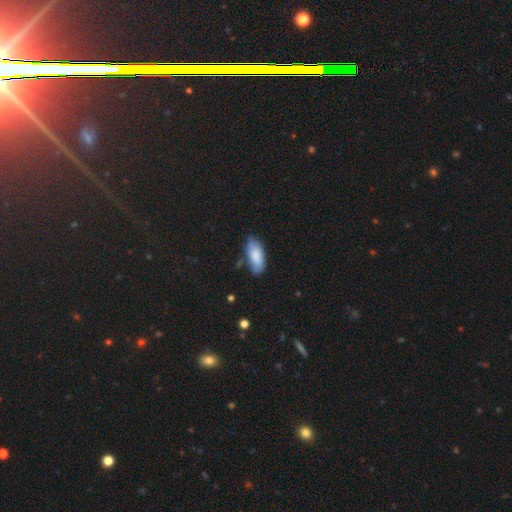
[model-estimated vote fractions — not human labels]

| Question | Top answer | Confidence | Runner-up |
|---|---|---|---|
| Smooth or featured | smooth | 81% | featured or disk (13%) |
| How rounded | in between | 87% | cigar-shaped (11%) |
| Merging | none | 69% | minor disturbance (23%) |